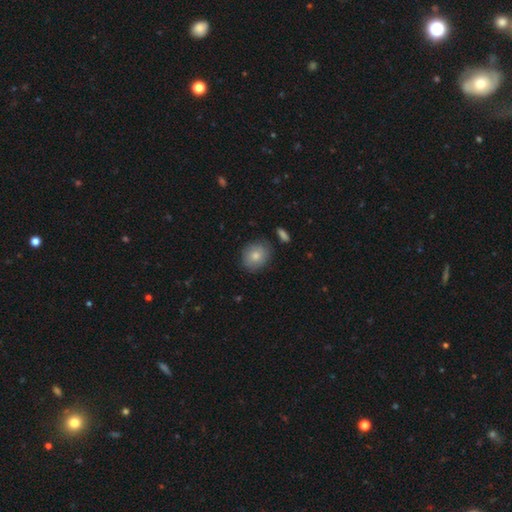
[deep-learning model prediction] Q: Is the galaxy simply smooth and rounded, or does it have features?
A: smooth — 80%.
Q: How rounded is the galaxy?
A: round — 60%.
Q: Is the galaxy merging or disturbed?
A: none — 81%.